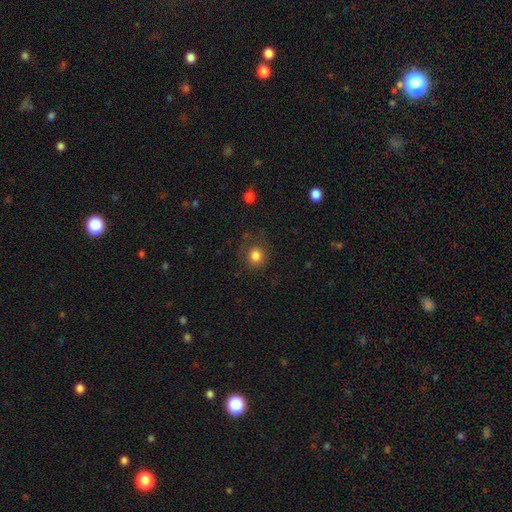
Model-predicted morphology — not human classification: smooth 82%, star or artifact 11%, featured or disk 7%. Down the decision tree: how rounded — round (82%); merging — none (73%).